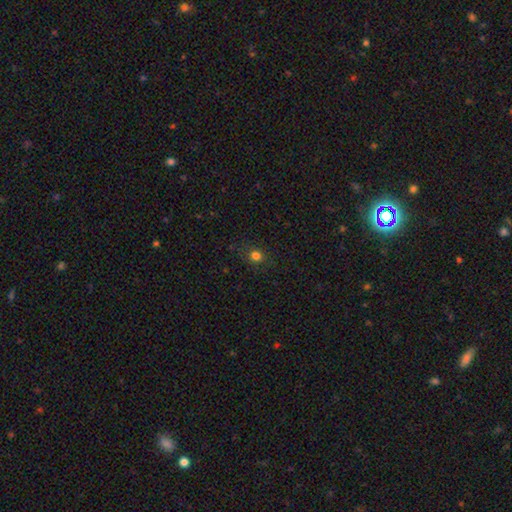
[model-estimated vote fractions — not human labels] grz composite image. It shows a smooth galaxy with no disk features (78%) that is round (75%). Merging: none (84%).